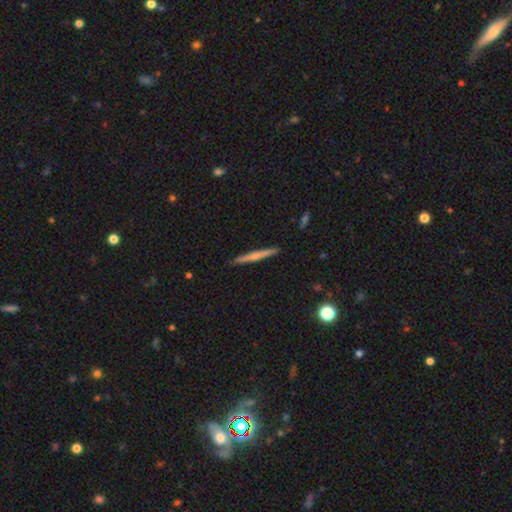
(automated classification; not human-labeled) Smooth or featured? featured or disk (50%)
Merging? none (91%)